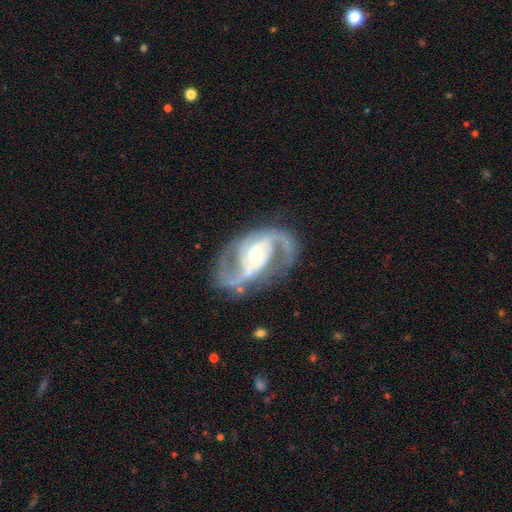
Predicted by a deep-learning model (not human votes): Smooth or featured?
  - featured or disk: 93% *
  - star or artifact: 4%
  - smooth: 3%
Edge-on disk?
  - no: 97% *
  - yes: 3%
Bar?
  - no: 42% *
  - weak: 37%
  - strong: 20%
Spiral arms?
  - yes: 98% *
  - no: 2%
Spiral winding?
  - medium: 57% *
  - tight: 24%
  - loose: 18%
Spiral arm count?
  - 2: 82% *
  - 3: 9%
  - can't tell: 3%
  - 1: 2%
  - 4: 2%
  - more than 4: 2%
Bulge size?
  - moderate: 66% *
  - small: 26%
  - large: 7%
  - none: 1%
  - dominant: 1%
Merging?
  - none: 73% *
  - minor disturbance: 16%
  - major disturbance: 9%
  - merger: 2%